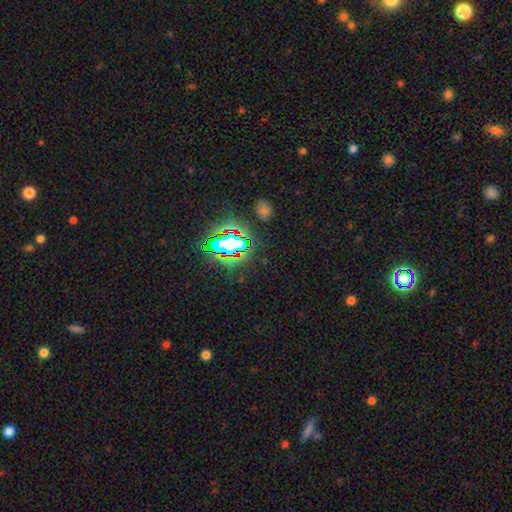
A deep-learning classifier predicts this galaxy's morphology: A star or artifact, not a galaxy (78%).

Vote fractions:
- Smooth or featured? star or artifact: 78% / smooth: 13% / featured or disk: 8%